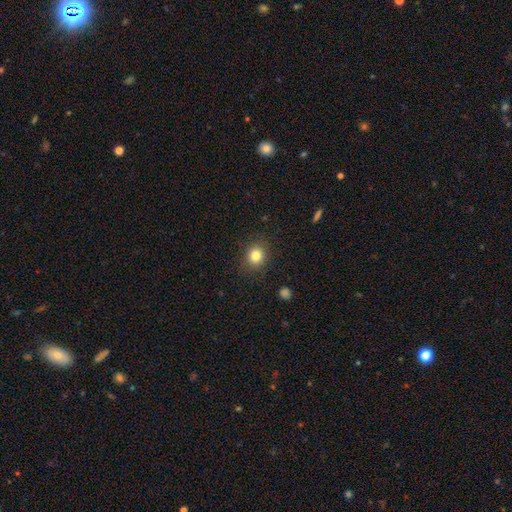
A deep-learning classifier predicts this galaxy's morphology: Smooth or featured?
  - smooth: 82% *
  - star or artifact: 11%
  - featured or disk: 7%
How rounded?
  - round: 78% *
  - in between: 21%
  - cigar-shaped: 1%
Merging?
  - none: 87% *
  - minor disturbance: 9%
  - major disturbance: 3%
  - merger: 1%